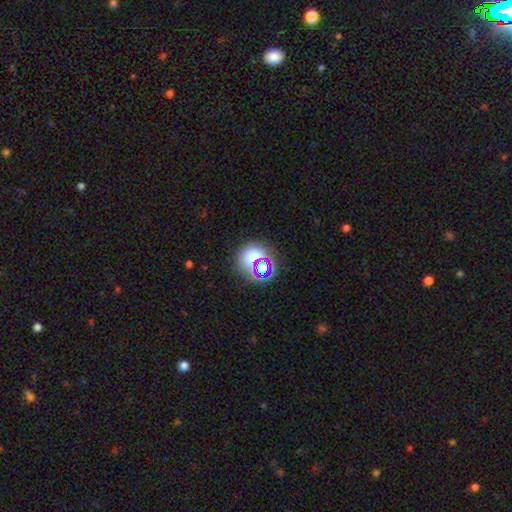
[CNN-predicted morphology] Smooth or featured? smooth (53%)
How rounded? round (75%)
Merging? none (68%)